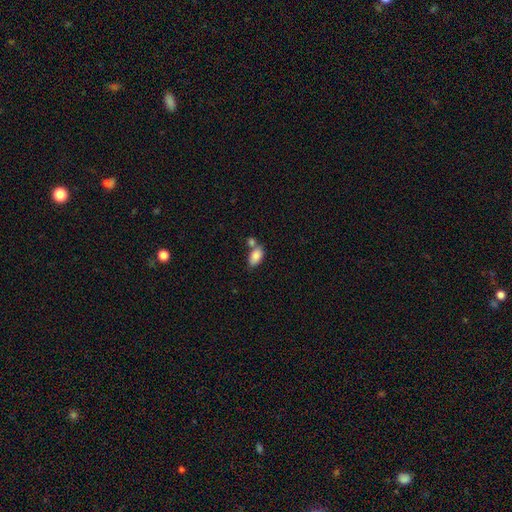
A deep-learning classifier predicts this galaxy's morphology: A smooth galaxy with no disk features (84%) that is in between round and cigar-shaped (92%).

Vote fractions:
- Smooth or featured? smooth: 84% / featured or disk: 8% / star or artifact: 7%
- How rounded? in between: 92% / round: 5% / cigar-shaped: 3%
- Merging? none: 48% / merger: 35% / minor disturbance: 13% / major disturbance: 4%